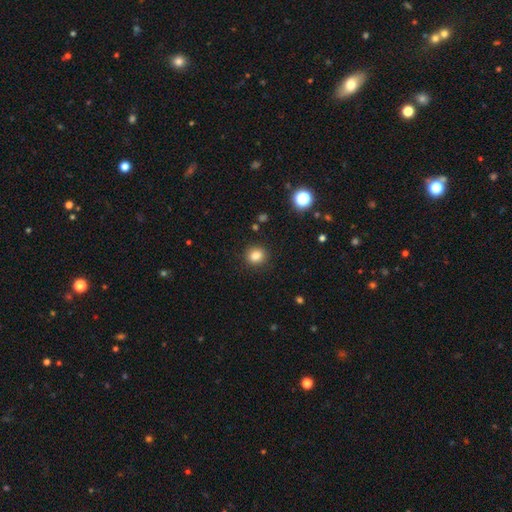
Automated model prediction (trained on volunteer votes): smooth 83%, star or artifact 12%, featured or disk 5%. Down the decision tree: how rounded — round (81%); merging — none (90%).